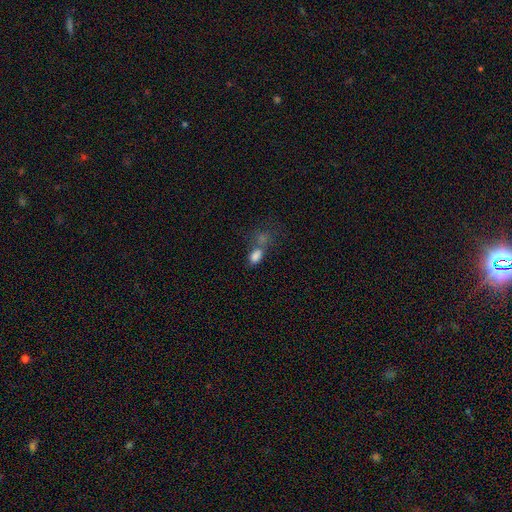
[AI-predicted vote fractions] A smooth galaxy with no disk features (80%) that is in between round and cigar-shaped (85%). Merging: merger (48%).